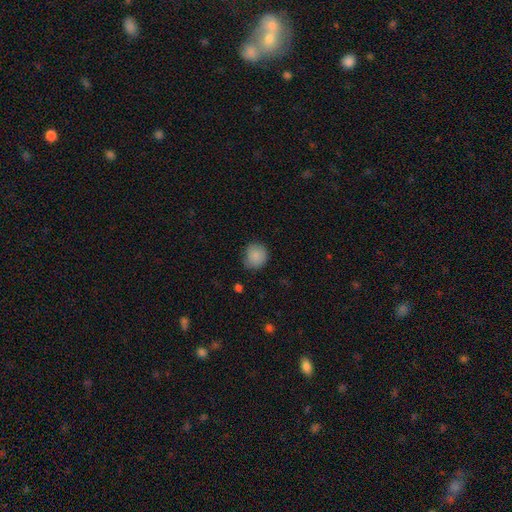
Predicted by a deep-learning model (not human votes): Smooth or featured? Predicted: smooth (p=0.86). How rounded? Predicted: round (p=0.84). Merging? Predicted: none (p=0.73).